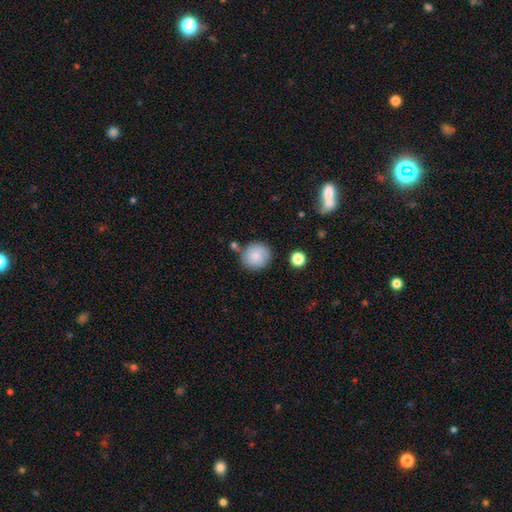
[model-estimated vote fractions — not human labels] Smooth or featured: smooth — 84% (featured or disk — 9%)
How rounded: round — 89% (in between — 10%)
Merging: none — 75% (minor disturbance — 15%)